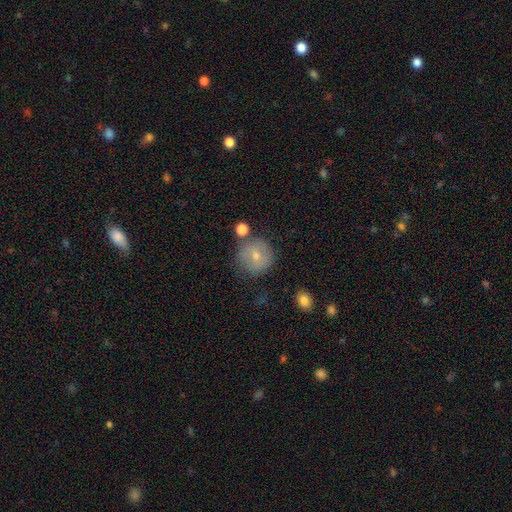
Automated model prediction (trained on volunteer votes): Smooth or featured? smooth (68%)
How rounded? round (93%)
Merging? none (72%)